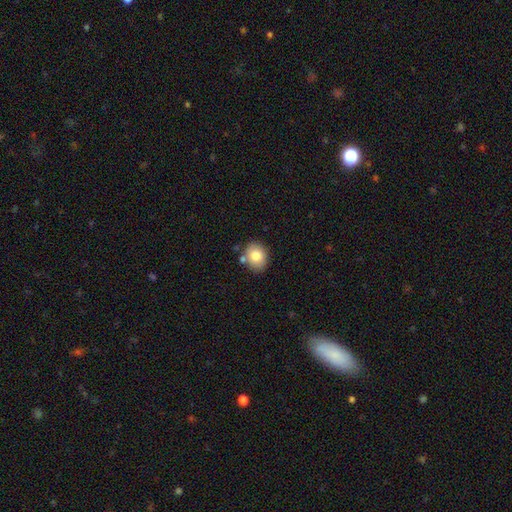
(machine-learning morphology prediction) Smooth or featured? Predicted: smooth (p=0.80). How rounded? Predicted: round (p=0.51). Merging? Predicted: none (p=0.75).